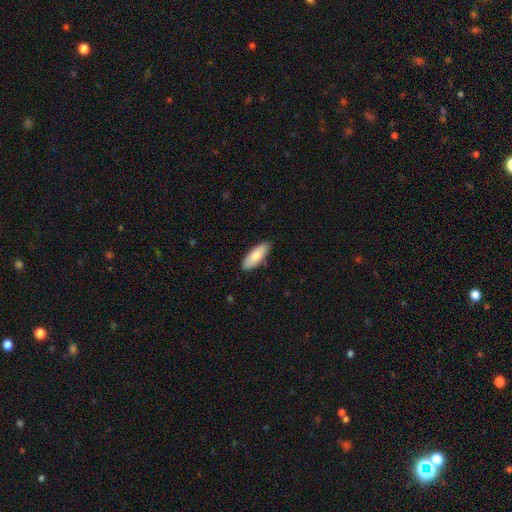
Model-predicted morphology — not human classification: This is clearly a smooth galaxy (82%). How rounded: likely in between (72%). Merging: clearly none (85%).